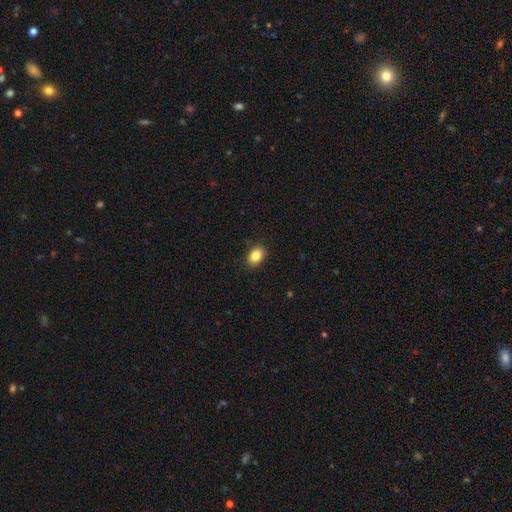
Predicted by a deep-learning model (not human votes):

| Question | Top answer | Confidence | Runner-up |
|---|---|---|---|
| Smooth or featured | smooth | 85% | star or artifact (9%) |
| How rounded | in between | 71% | round (28%) |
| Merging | none | 88% | minor disturbance (9%) |